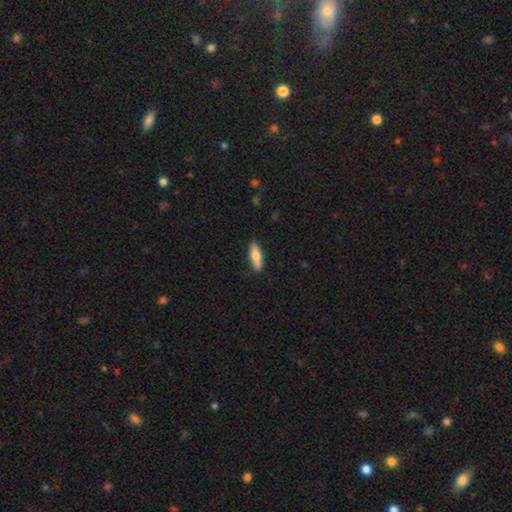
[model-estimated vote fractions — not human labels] smooth_or_featured: smooth (p=0.73) [alt: featured or disk p=0.22]
how_rounded: in between (p=0.52) [alt: cigar-shaped p=0.46]
merging: none (p=0.85) [alt: minor disturbance p=0.12]